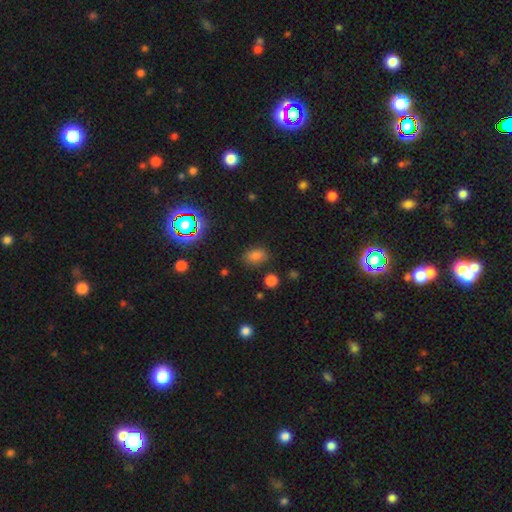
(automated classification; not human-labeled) Smooth or featured? Predicted: smooth (p=0.78). How rounded? Predicted: in between (p=0.81). Merging? Predicted: none (p=0.80).